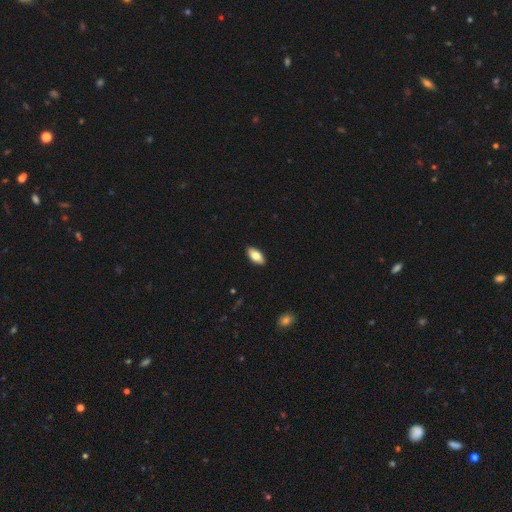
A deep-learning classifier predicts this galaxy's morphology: Overall: smooth (79%). How rounded: in between (89%). Merging: none (90%).